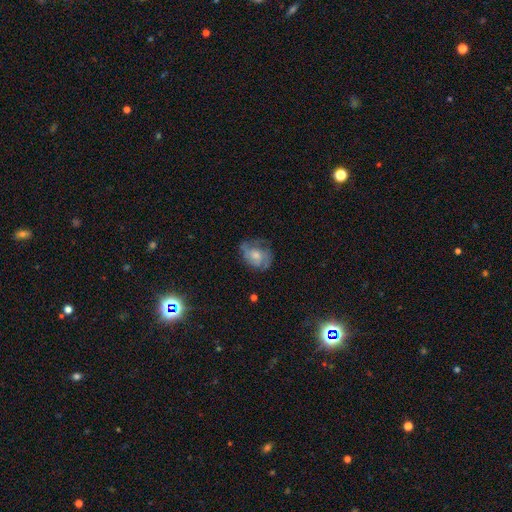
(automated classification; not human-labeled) Smooth or featured? featured or disk (56%)
Edge-on disk? no (97%)
Bar? no (77%)
Spiral arms? yes (74%)
Bulge size? moderate (51%)
Merging? none (55%)